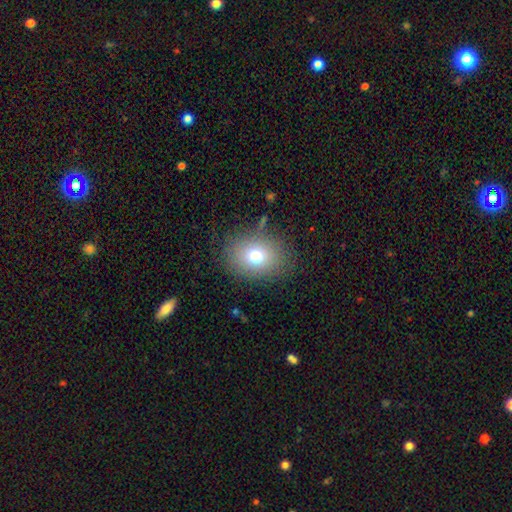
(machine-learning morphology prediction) smooth-or-featured: smooth: 74% | featured or disk: 13% | star or artifact: 13%
  how-rounded: in between: 55% | round: 44% | cigar-shaped: 1%
  merging: none: 82% | minor disturbance: 11% | major disturbance: 5% | merger: 2%